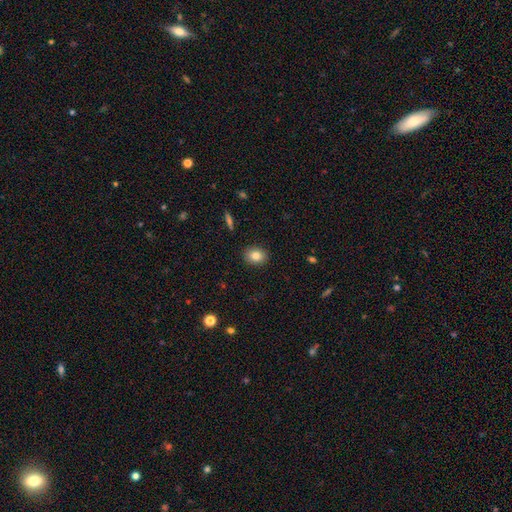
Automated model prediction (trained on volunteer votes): Smooth or featured? Predicted: smooth (p=0.84). How rounded? Predicted: in between (p=0.51). Merging? Predicted: none (p=0.90).